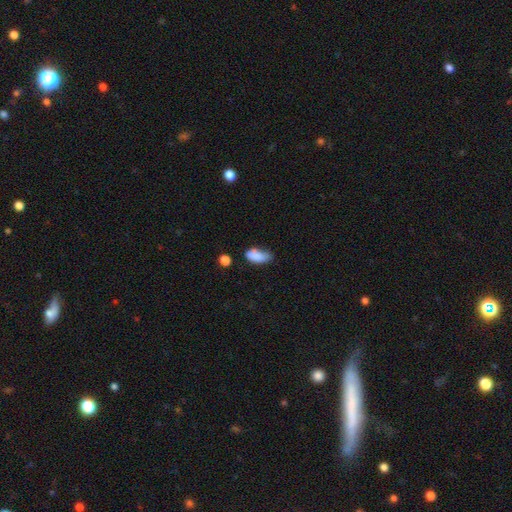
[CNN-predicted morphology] Smooth or featured? smooth (83%)
How rounded? in between (90%)
Merging? minor disturbance (42%)